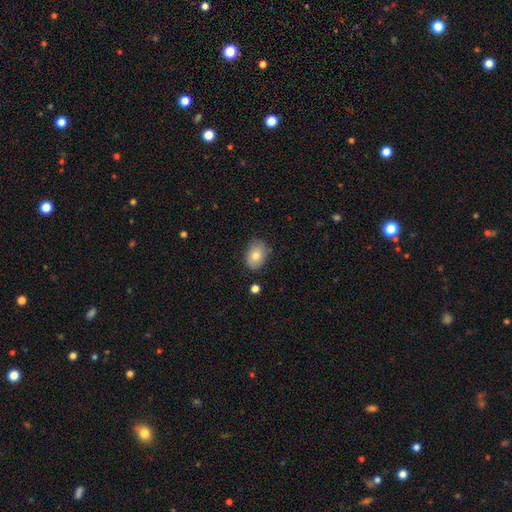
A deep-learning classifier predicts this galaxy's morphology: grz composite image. It shows a smooth galaxy with no disk features (78%) that is in between round and cigar-shaped (73%). Merging: none (78%).